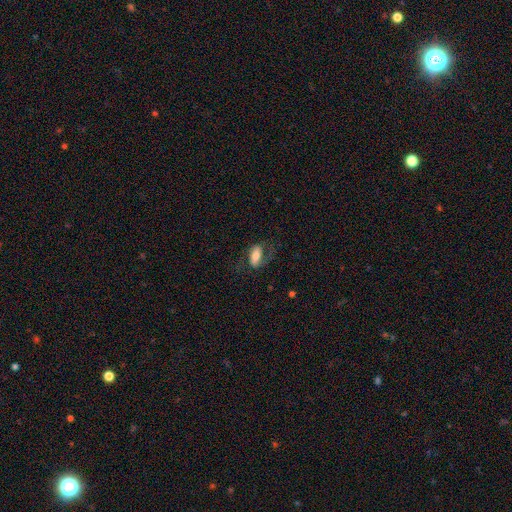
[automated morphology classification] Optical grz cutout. It shows a smooth galaxy with no disk features (53%) that is in between round and cigar-shaped (87%). Merging: none (59%).